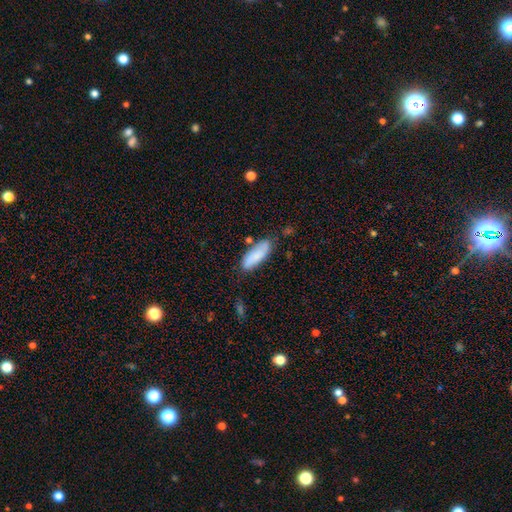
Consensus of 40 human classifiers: This appears to be a smooth galaxy with no disk features (88%) that is in between round and cigar-shaped (57%). Merging: none (74%).